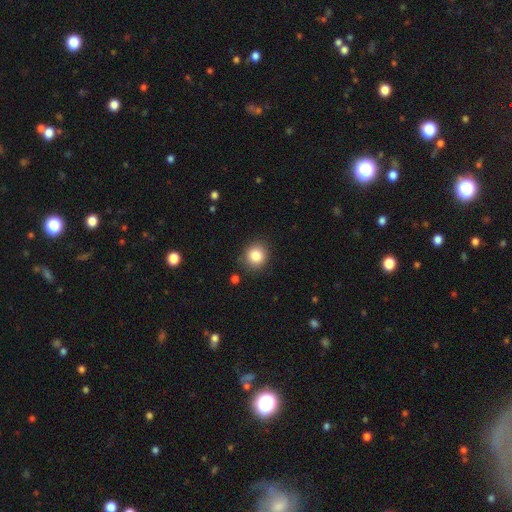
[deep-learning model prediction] smooth-or-featured: smooth: 85% | star or artifact: 10% | featured or disk: 5%
  how-rounded: round: 87% | in between: 12% | cigar-shaped: 1%
  merging: none: 87% | minor disturbance: 9% | major disturbance: 2% | merger: 2%